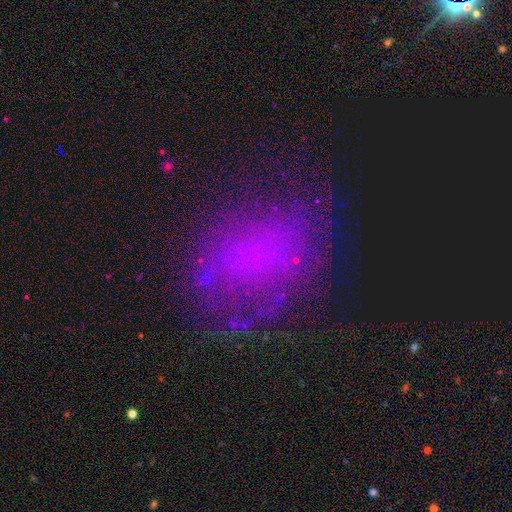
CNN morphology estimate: The model was most divided on "smooth or featured": smooth: 45%, featured or disk: 34%, star or artifact: 22%. More confident: merging — none (62%).